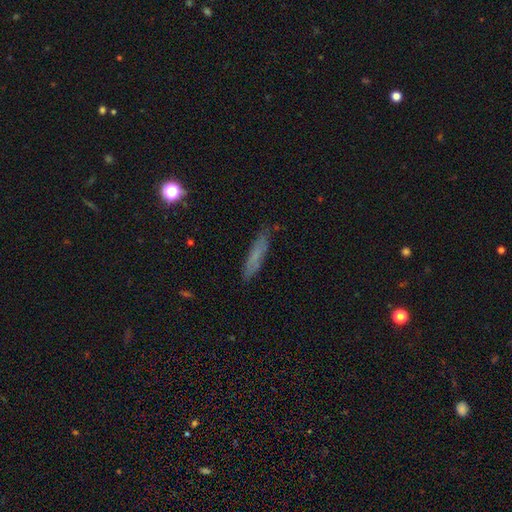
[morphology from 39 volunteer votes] This appears to be a featured or disk galaxy (51%) viewed edge-on (55%) with no central bulge (73%). Merging: none (86%).